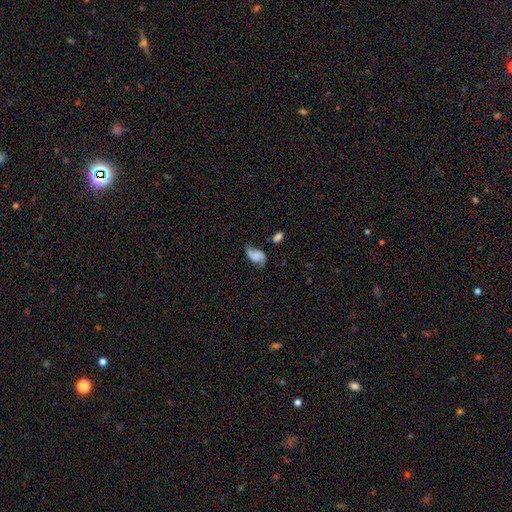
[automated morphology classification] Overall: featured or disk (61%; smooth 29%). Edge-on disk: no (97%). Bar: no (57%; weak 32%). Spiral arms: yes (90%). Spiral arm count: 2 (88%). Spiral winding: loose (58%; medium 31%). Bulge size: none (55%; small 22%). Merging: none (52%; minor disturbance 26%).